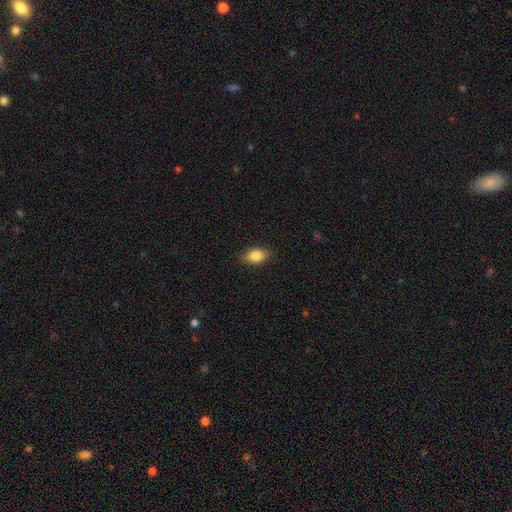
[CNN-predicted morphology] Smooth or featured? smooth (86%)
How rounded? in between (86%)
Merging? none (87%)